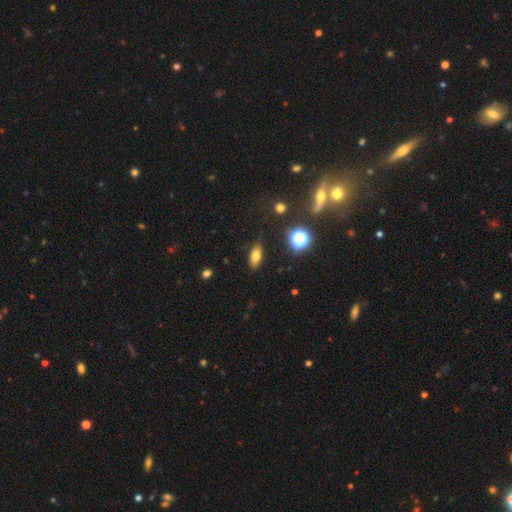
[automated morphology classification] type=smooth (72%); roundness=in between (78%); merging=none (81%).